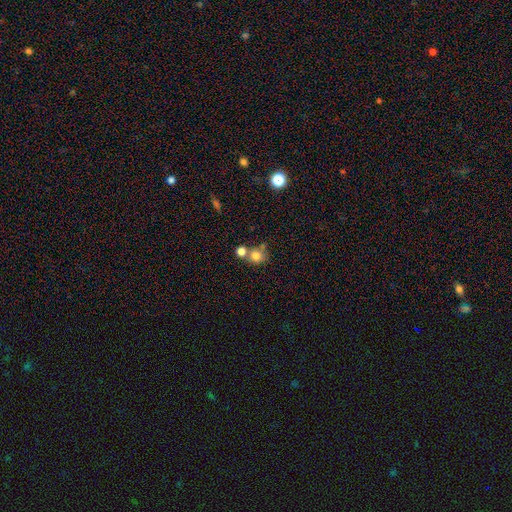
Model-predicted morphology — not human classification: The model was most divided on "merging": none: 45%, merger: 37%, minor disturbance: 12%, major disturbance: 6%. More confident: how rounded — round (80%); smooth or featured — smooth (77%).